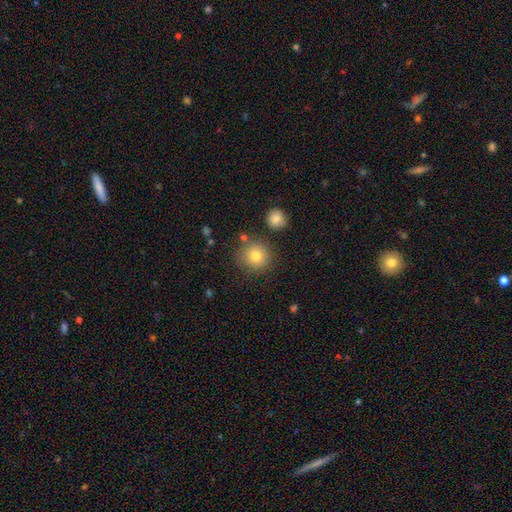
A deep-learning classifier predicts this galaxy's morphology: Smooth or featured: smooth — 80% (star or artifact — 12%)
How rounded: round — 91% (in between — 8%)
Merging: none — 82% (minor disturbance — 9%)